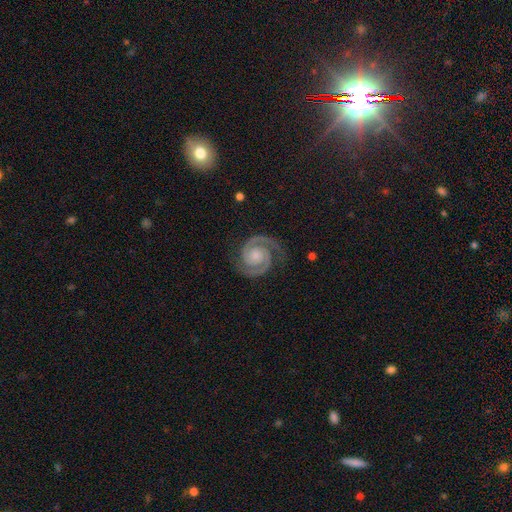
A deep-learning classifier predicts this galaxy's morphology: A featured or disk galaxy (94%) with no bar (71%), 2 (94%) tight (64%) spiral arms (99%) and a small central bulge (37%, tied with moderate). Merging: none (81%).